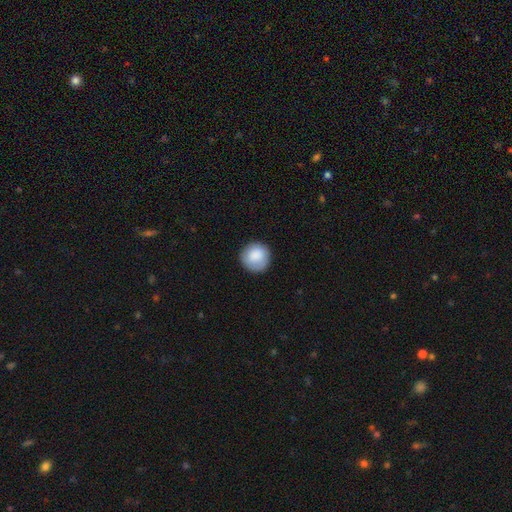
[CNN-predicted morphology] A smooth galaxy with no disk features (87%) that is round (93%).

Vote fractions:
- Smooth or featured? smooth: 87% / star or artifact: 7% / featured or disk: 6%
- How rounded? round: 93% / in between: 6% / cigar-shaped: 1%
- Merging? none: 85% / minor disturbance: 11% / major disturbance: 3% / merger: 1%